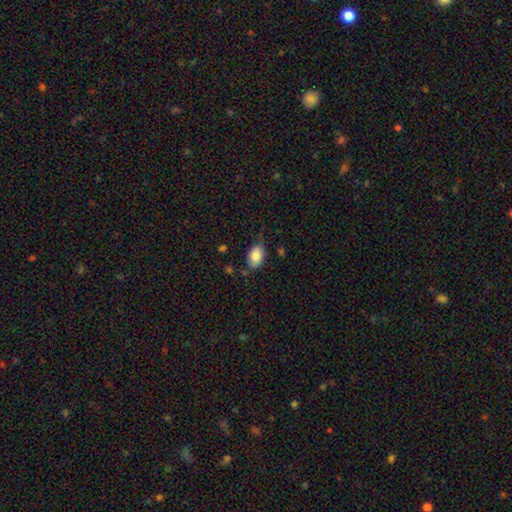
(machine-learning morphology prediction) type=smooth (85%); roundness=in between (86%); merging=none (67%).